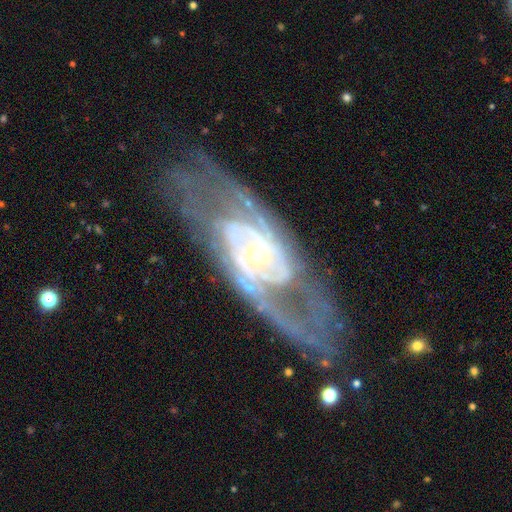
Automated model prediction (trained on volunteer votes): This is clearly a featured or disk galaxy (89%). It is clearly not viewed edge-on (91%). Bar: possibly no (57%). Spiral arm pattern: clearly yes (92%). Spiral arm count: likely 2 (65%). Spiral winding: possibly tight (47%). Central bulge: possibly small (49%). Merging: likely none (70%).